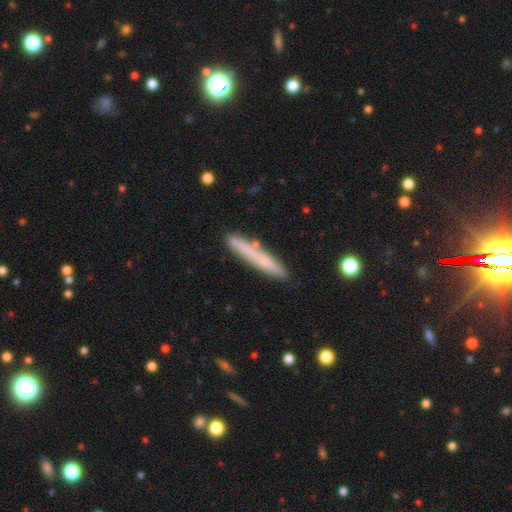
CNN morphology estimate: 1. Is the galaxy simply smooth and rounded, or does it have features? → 61% smooth, 31% featured or disk, 8% star or artifact.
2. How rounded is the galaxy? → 95% cigar-shaped, 4% in between, 1% round.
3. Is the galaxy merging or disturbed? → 82% none, 13% minor disturbance, 4% merger, 2% major disturbance.